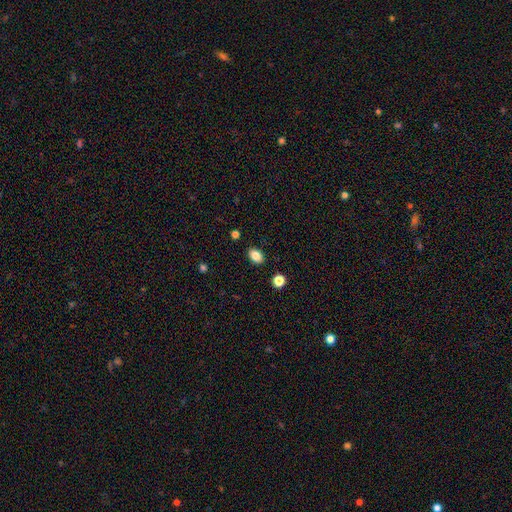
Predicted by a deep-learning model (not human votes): This is clearly a smooth galaxy (84%). How rounded: clearly in between (81%). Merging: clearly none (88%).